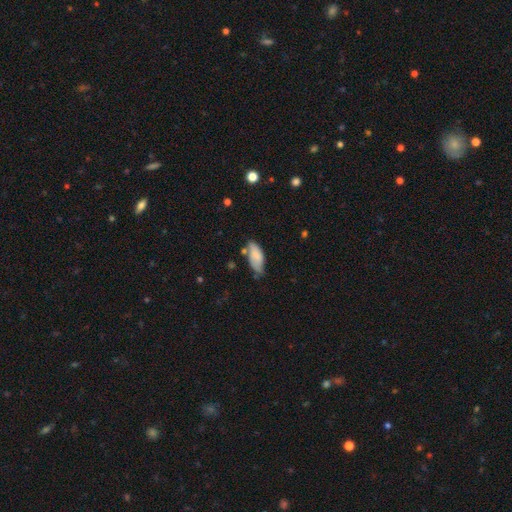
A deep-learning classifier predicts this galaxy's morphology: This appears to be a smooth galaxy with no disk features (78%) that is in between round and cigar-shaped (84%). Merging: none (52%).